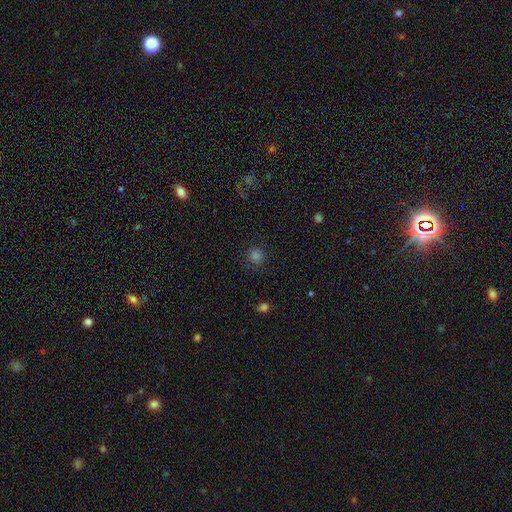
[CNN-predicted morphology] A smooth galaxy with no disk features (68%) that is round (87%).

Vote fractions:
- Smooth or featured? smooth: 68% / star or artifact: 25% / featured or disk: 7%
- How rounded? round: 87% / in between: 12% / cigar-shaped: 1%
- Merging? none: 83% / minor disturbance: 10% / major disturbance: 5% / merger: 1%